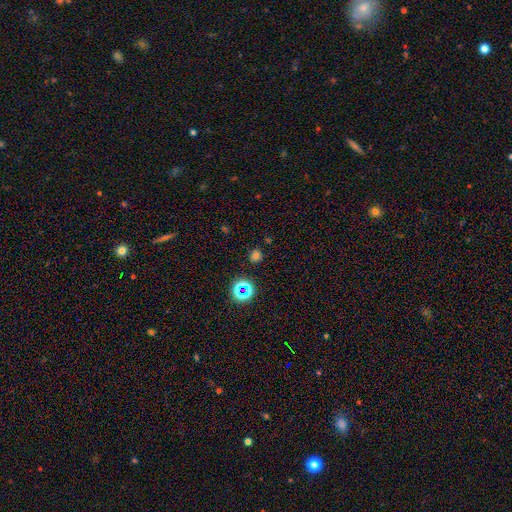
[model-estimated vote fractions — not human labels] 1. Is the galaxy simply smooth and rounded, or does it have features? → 69% smooth, 26% star or artifact, 6% featured or disk.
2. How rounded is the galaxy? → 84% round, 15% in between, 1% cigar-shaped.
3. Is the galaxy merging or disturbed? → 86% none, 8% minor disturbance, 3% major disturbance, 2% merger.